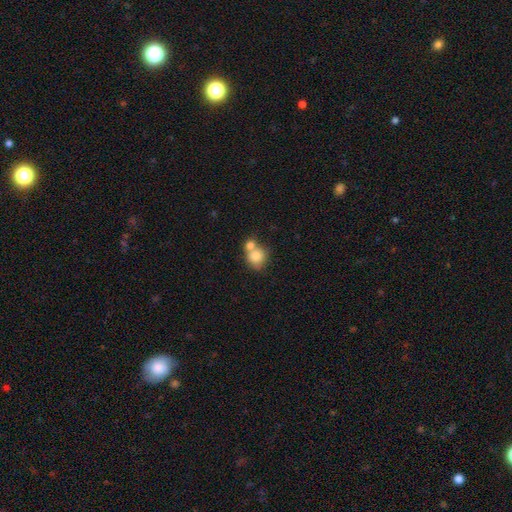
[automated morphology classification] Smooth or featured: smooth — 80% (featured or disk — 11%)
How rounded: round — 78% (in between — 21%)
Merging: merger — 52% (none — 35%)